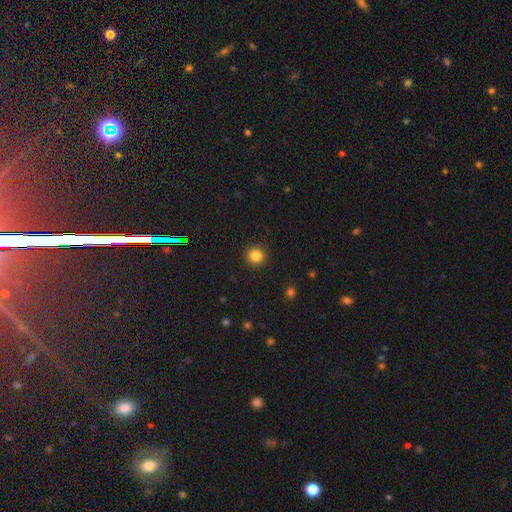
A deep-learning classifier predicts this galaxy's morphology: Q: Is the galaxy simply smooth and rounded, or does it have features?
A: smooth — 84%.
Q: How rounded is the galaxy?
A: round — 93%.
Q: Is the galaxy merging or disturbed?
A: none — 92%.